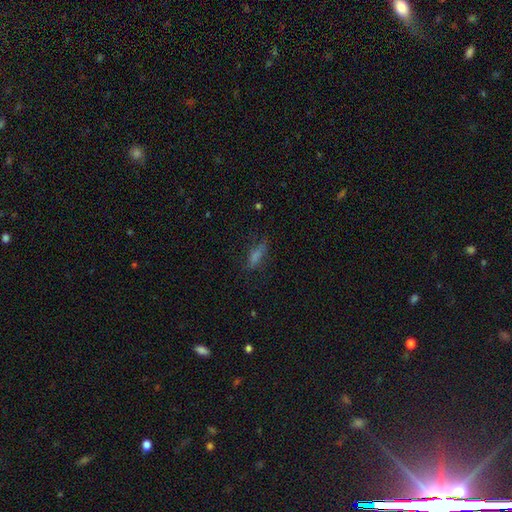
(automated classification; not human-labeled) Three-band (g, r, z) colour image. It shows a smooth galaxy with no disk features (56%) that is cigar-shaped (52%). Merging: none (65%).